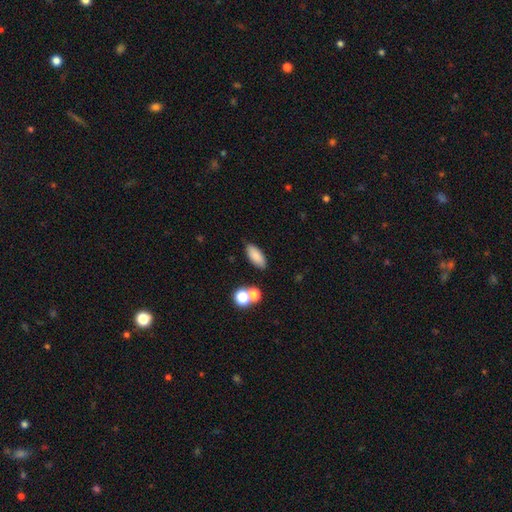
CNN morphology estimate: Smooth or featured: smooth — 83% (star or artifact — 9%)
How rounded: in between — 80% (cigar-shaped — 16%)
Merging: none — 82% (minor disturbance — 10%)